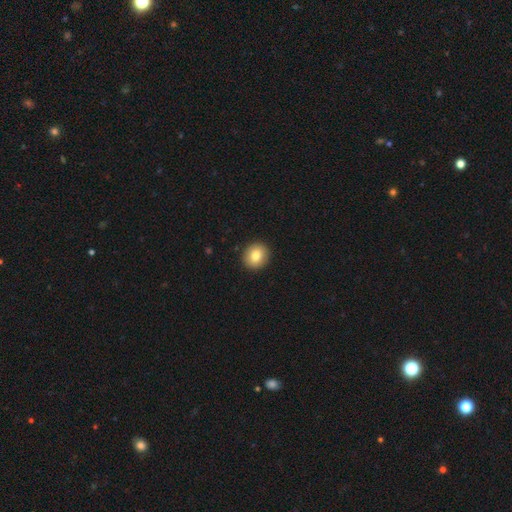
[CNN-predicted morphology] A smooth galaxy with no disk features (82%) that is round (81%). Merging: none (92%).